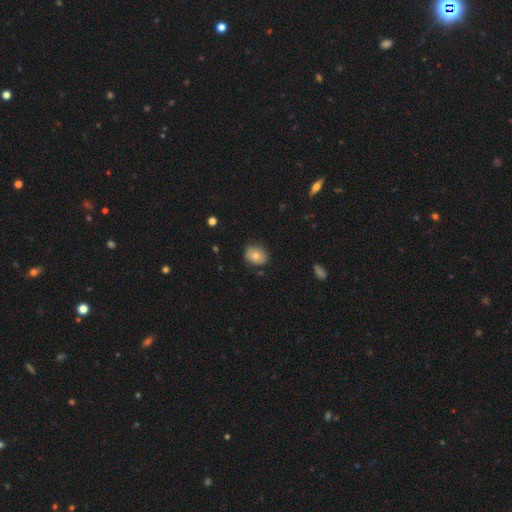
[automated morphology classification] This is likely a smooth galaxy (73%). How rounded: possibly round (56%). Merging: clearly none (81%).